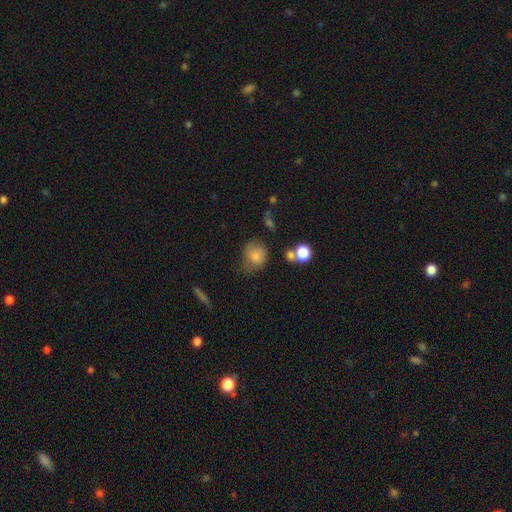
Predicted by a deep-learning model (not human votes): The model was most divided on "merging": none: 49%, minor disturbance: 32%, major disturbance: 13%, merger: 6%. More confident: smooth or featured — smooth (79%); how rounded — round (67%).